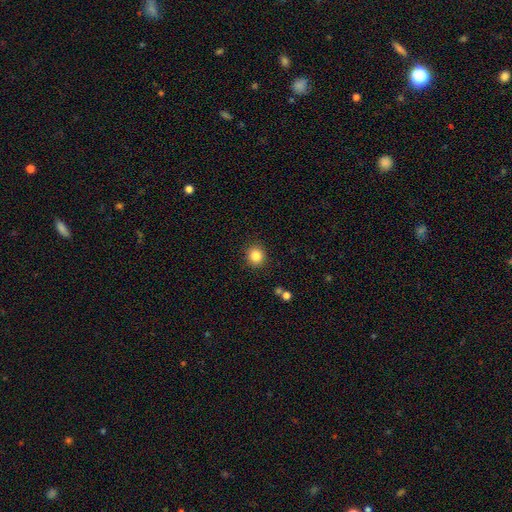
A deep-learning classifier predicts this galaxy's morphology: smooth-or-featured: smooth: 85% | star or artifact: 10% | featured or disk: 5%
  how-rounded: round: 87% | in between: 12% | cigar-shaped: 1%
  merging: none: 89% | minor disturbance: 7% | major disturbance: 2% | merger: 2%